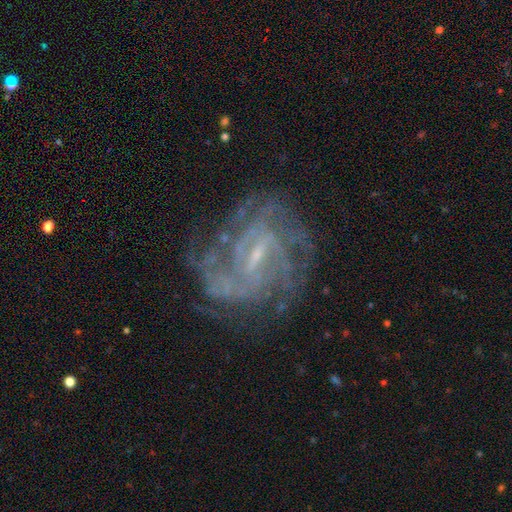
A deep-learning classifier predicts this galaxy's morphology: type=featured or disk (84%); edge-on=no (97%); bar=weak (56%); spiral arms=yes (93%); winding=tight (55%); arm count=can't tell (36%); bulge=small (67%); merging=none (72%).